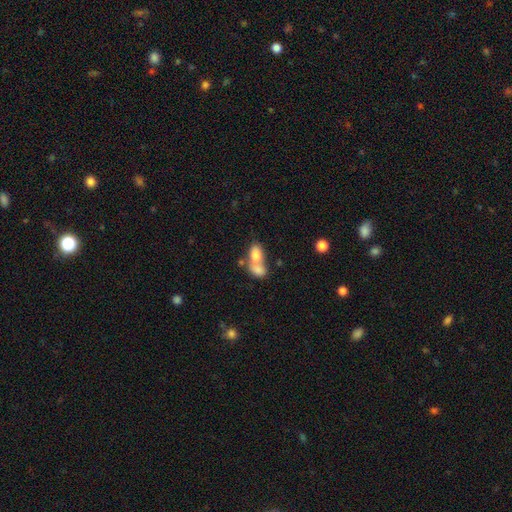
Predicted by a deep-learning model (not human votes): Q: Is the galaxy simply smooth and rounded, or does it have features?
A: smooth — 75%.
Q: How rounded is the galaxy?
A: in between — 78%.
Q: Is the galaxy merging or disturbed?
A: merger — 72%.